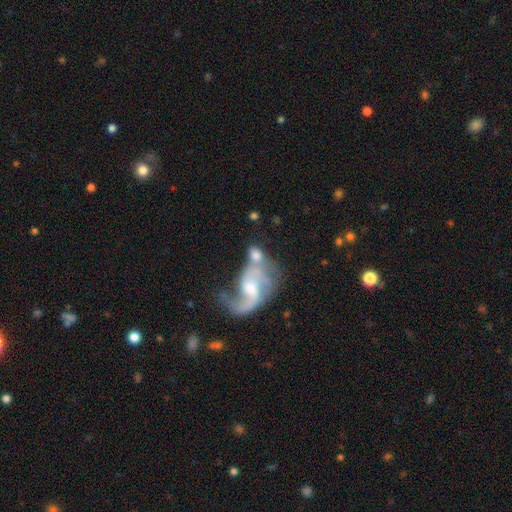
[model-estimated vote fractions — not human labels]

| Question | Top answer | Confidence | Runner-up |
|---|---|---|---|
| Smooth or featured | featured or disk | 61% | smooth (31%) |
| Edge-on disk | no | 97% | yes (3%) |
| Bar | weak | 46% | no (41%) |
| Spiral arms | yes | 83% | no (17%) |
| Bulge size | moderate | 40% | tied: small (40%) |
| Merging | merger | 43% | none (28%) |